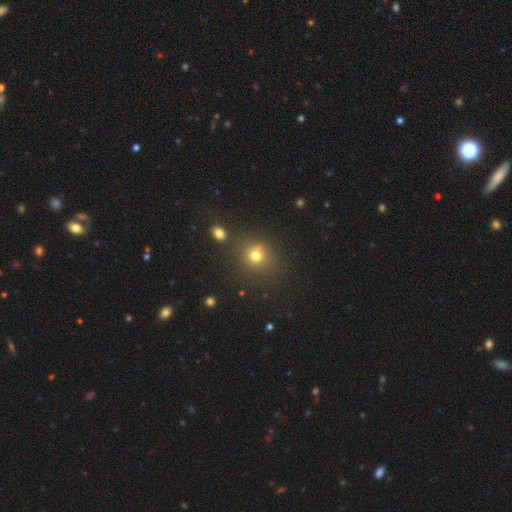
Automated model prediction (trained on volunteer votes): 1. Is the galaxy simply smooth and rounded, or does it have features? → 72% smooth, 19% star or artifact, 9% featured or disk.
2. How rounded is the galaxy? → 80% round, 19% in between, 1% cigar-shaped.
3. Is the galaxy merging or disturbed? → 73% none, 12% minor disturbance, 10% merger, 5% major disturbance.